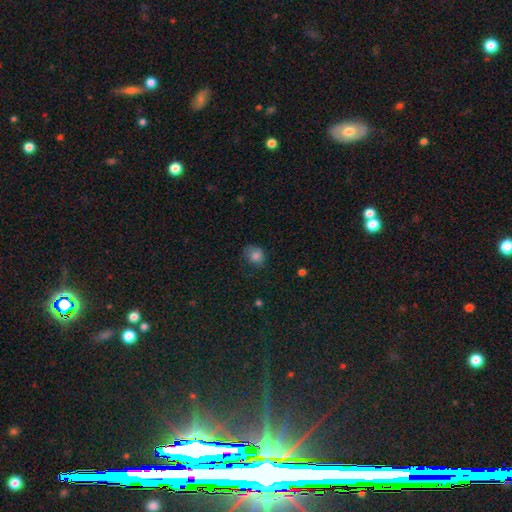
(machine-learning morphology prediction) Smooth or featured: smooth — 81% (star or artifact — 11%)
How rounded: round — 66% (in between — 33%)
Merging: none — 63% (minor disturbance — 26%)